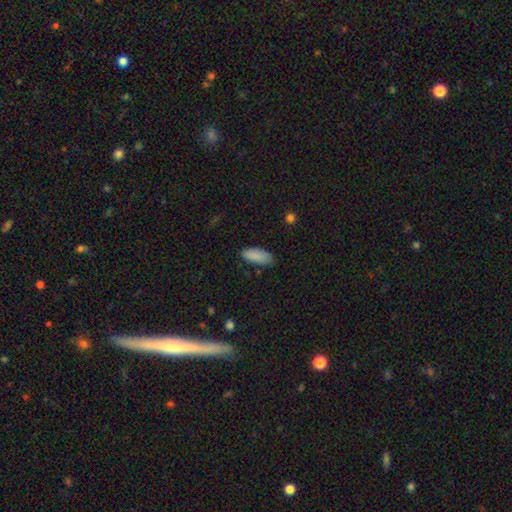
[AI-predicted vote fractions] Smooth or featured? smooth (89%)
How rounded? in between (81%)
Merging? none (79%)